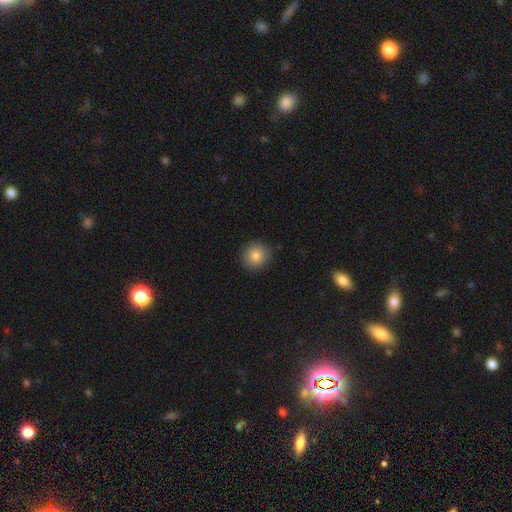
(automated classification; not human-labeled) Smooth or featured? smooth (83%)
How rounded? round (92%)
Merging? none (91%)